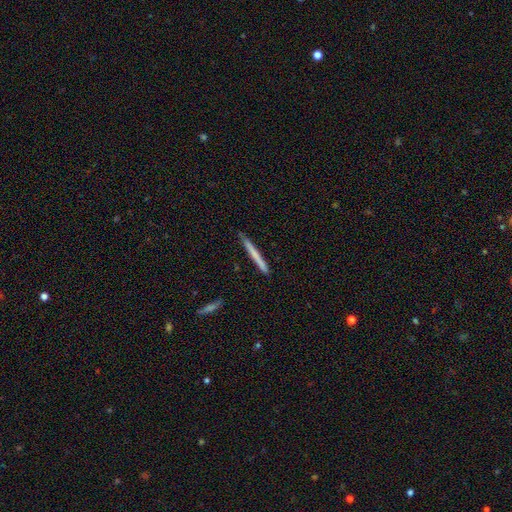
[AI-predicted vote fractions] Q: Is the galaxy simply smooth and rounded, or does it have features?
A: smooth — 65%.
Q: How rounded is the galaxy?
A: cigar-shaped — 97%.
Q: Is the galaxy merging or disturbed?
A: none — 89%.